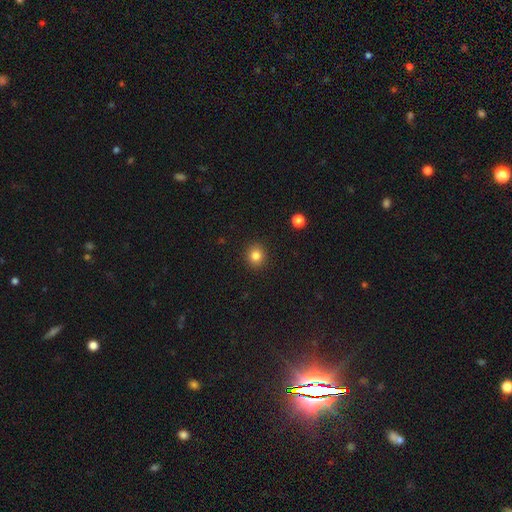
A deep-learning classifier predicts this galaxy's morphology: smooth 83%, star or artifact 12%, featured or disk 6%. Down the decision tree: how rounded — round (86%); merging — none (92%).